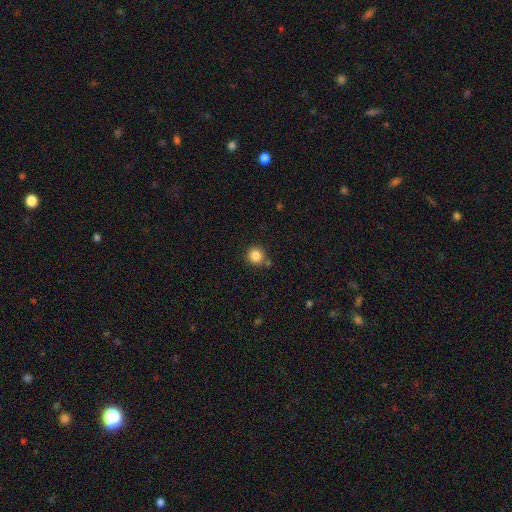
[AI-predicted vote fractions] The model was most divided on "merging": none: 78%, minor disturbance: 11%, merger: 8%, major disturbance: 3%. More confident: how rounded — round (91%); smooth or featured — smooth (85%).